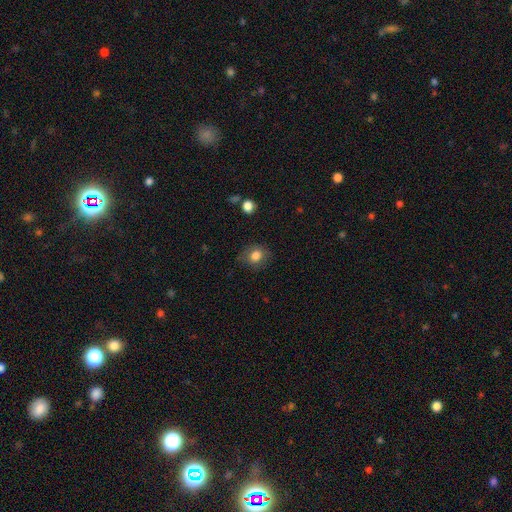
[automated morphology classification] Q: Smooth or featured?
A: smooth (82%); runner-up: star or artifact (10%)
Q: How rounded?
A: round (67%); runner-up: in between (32%)
Q: Merging?
A: none (77%); runner-up: minor disturbance (17%)